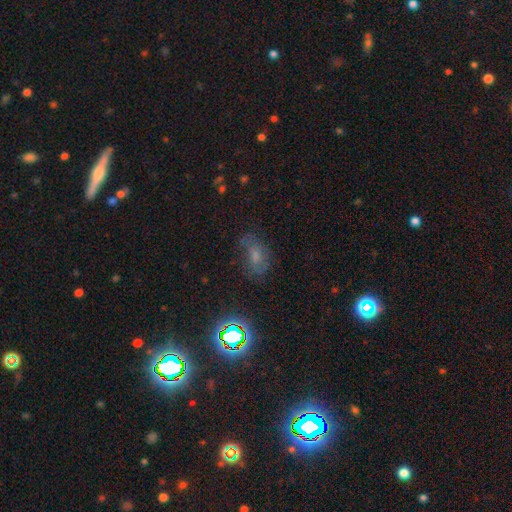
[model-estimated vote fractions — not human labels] Q: Smooth or featured?
A: smooth (45%); runner-up: star or artifact (28%)
Q: Merging?
A: none (59%); runner-up: minor disturbance (25%)